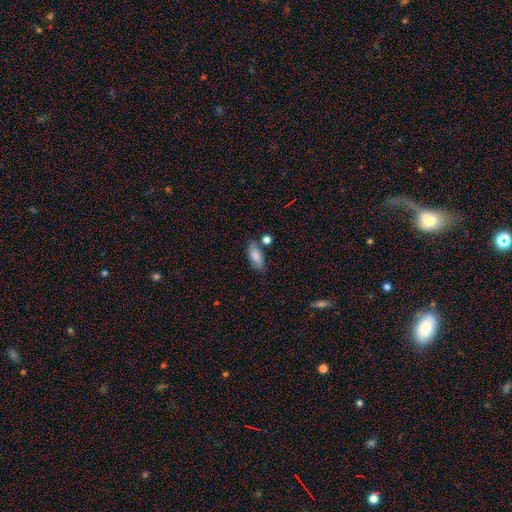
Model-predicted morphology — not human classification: Smooth or featured?
  - smooth: 83% *
  - featured or disk: 10%
  - star or artifact: 7%
How rounded?
  - in between: 82% *
  - cigar-shaped: 15%
  - round: 3%
Merging?
  - none: 72% *
  - minor disturbance: 15%
  - merger: 10%
  - major disturbance: 4%